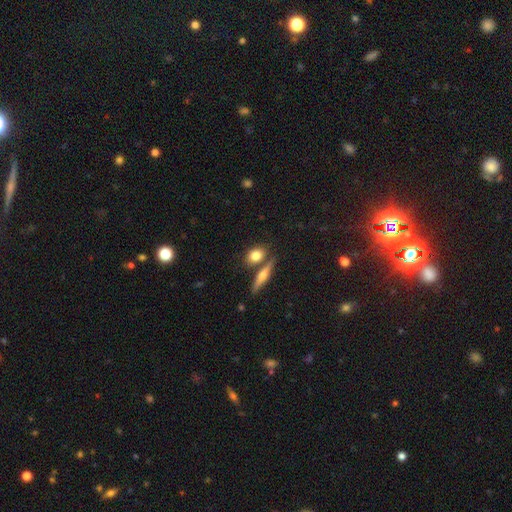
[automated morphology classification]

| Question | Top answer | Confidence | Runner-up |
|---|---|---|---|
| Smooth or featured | smooth | 74% | featured or disk (19%) |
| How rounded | in between | 53% | round (33%) |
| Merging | none | 66% | merger (20%) |